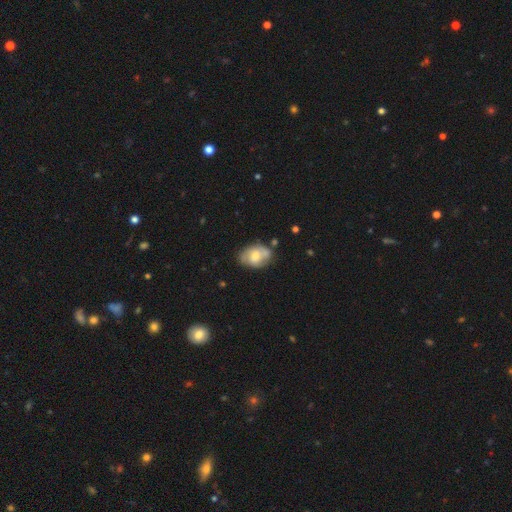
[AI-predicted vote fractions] Smooth or featured?
  - smooth: 48% *
  - featured or disk: 45%
  - star or artifact: 7%
Merging?
  - none: 61% *
  - minor disturbance: 26%
  - major disturbance: 7%
  - merger: 6%